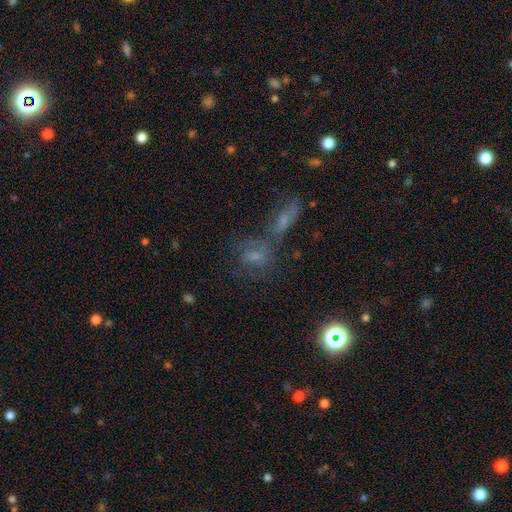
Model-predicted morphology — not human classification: smooth_or_featured: star or artifact (p=0.43) [alt: smooth p=0.37]